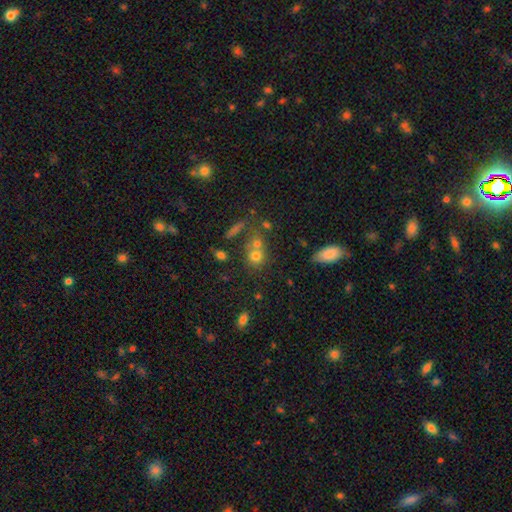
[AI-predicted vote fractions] Smooth or featured?
  - smooth: 69% *
  - star or artifact: 17%
  - featured or disk: 15%
How rounded?
  - round: 72% *
  - in between: 26%
  - cigar-shaped: 2%
Merging?
  - none: 44% *
  - merger: 41%
  - minor disturbance: 10%
  - major disturbance: 5%